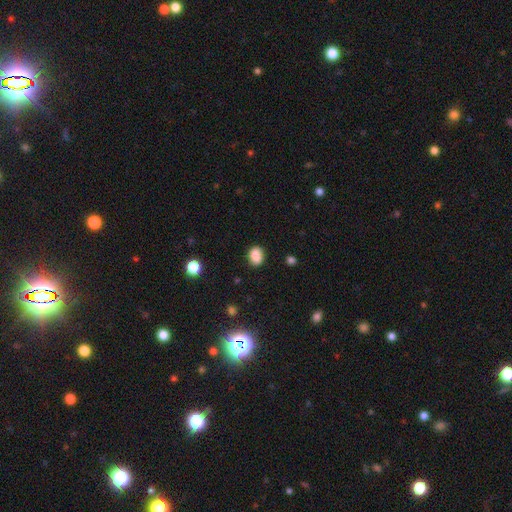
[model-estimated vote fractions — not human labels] smooth_or_featured: smooth (p=0.87) [alt: star or artifact p=0.09]
how_rounded: in between (p=0.61) [alt: round p=0.38]
merging: none (p=0.83) [alt: minor disturbance p=0.12]